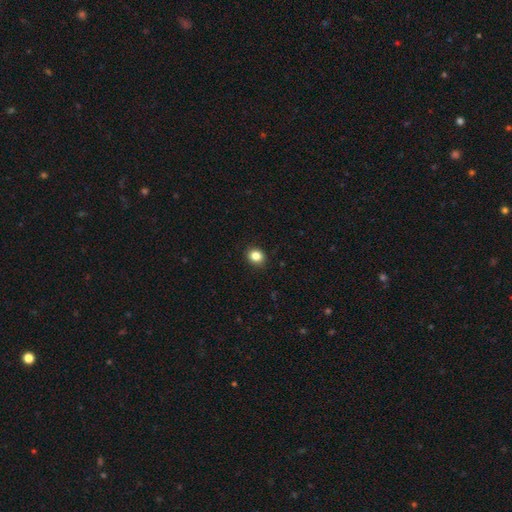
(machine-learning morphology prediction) Q: Smooth or featured?
A: smooth (85%); runner-up: star or artifact (11%)
Q: How rounded?
A: round (70%); runner-up: in between (29%)
Q: Merging?
A: none (91%); runner-up: minor disturbance (6%)